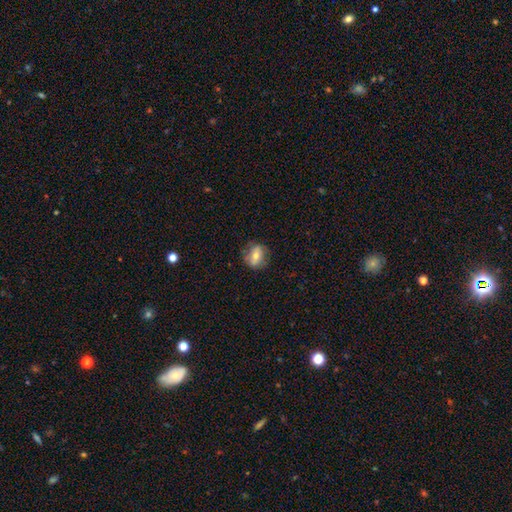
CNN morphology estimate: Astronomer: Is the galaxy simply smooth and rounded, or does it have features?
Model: smooth — 57% (runner-up: featured or disk, 33%).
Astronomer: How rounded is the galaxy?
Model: in between — 50% (runner-up: round, 48%).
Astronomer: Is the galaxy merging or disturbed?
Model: none — 76%.